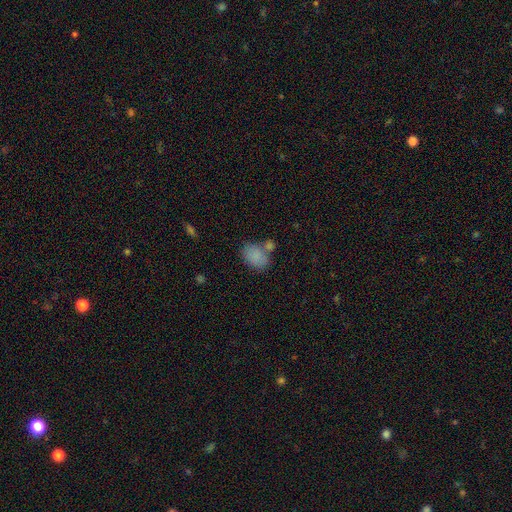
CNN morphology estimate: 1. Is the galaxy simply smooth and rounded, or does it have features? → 84% smooth, 9% star or artifact, 8% featured or disk.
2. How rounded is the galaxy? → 77% in between, 22% round, 1% cigar-shaped.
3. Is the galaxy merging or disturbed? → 54% none, 25% merger, 15% minor disturbance, 6% major disturbance.